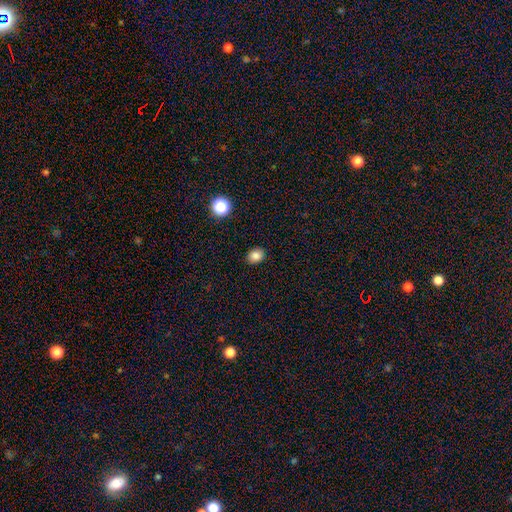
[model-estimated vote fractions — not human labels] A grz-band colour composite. It shows a smooth galaxy with no disk features (83%) that is in between round and cigar-shaped (50%). Merging: none (89%).